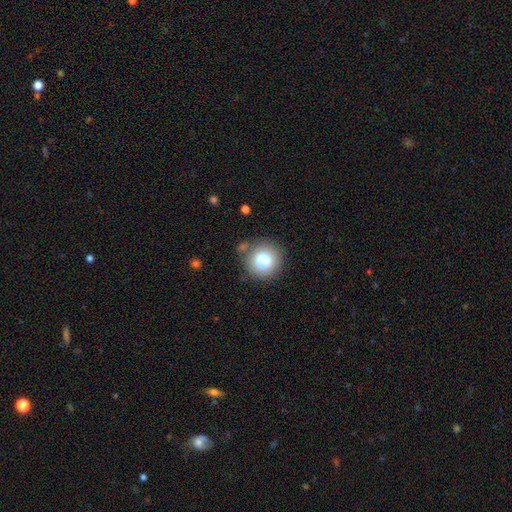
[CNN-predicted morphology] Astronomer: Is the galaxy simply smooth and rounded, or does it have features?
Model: smooth — 77%.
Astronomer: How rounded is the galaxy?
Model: round — 94%.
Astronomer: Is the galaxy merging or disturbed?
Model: none — 83%.